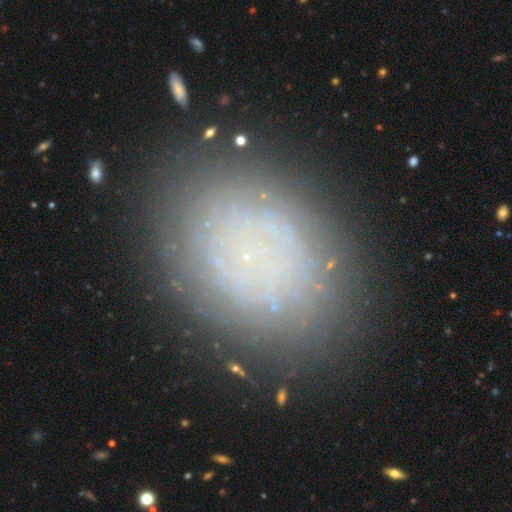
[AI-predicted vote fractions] Smooth or featured? Predicted: smooth (p=0.47). Merging? Predicted: none (p=0.79).